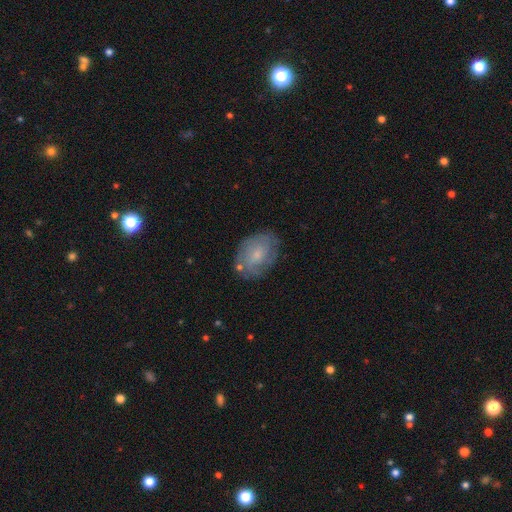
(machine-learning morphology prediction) smooth_or_featured: featured or disk (p=0.51) [alt: smooth p=0.41]
disk_edge_on: no (p=0.96) [alt: yes p=0.04]
merging: none (p=0.69) [alt: minor disturbance p=0.20]